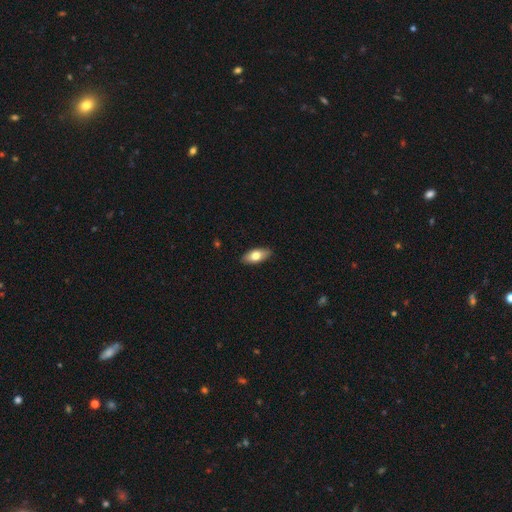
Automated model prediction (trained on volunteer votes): Smooth or featured? smooth (72%)
How rounded? in between (84%)
Merging? none (89%)